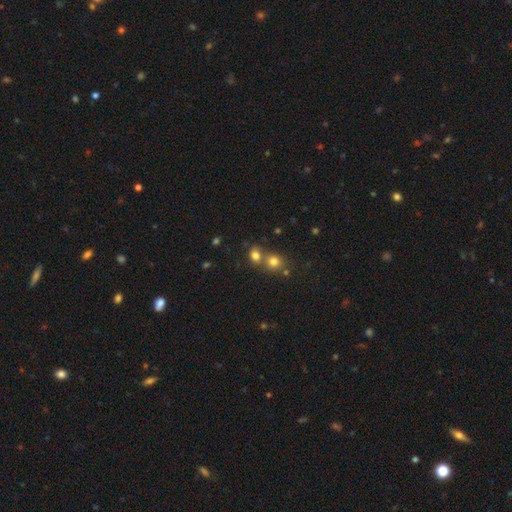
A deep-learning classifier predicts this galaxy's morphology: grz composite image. It shows a smooth galaxy with no disk features (77%) that is round (68%). Merging: none (47%).